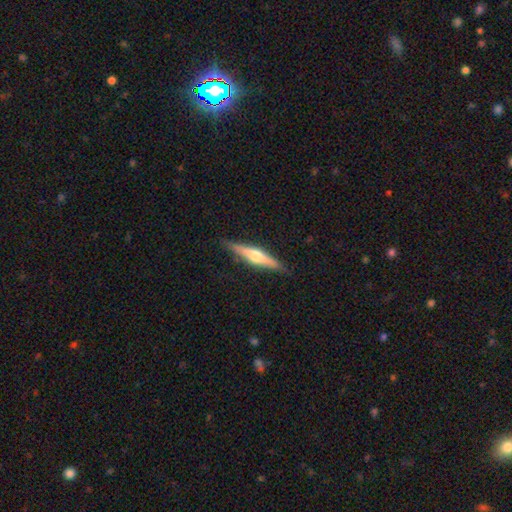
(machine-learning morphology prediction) Smooth or featured: featured or disk — 64% (smooth — 31%)
Edge-on disk: yes — 97% (no — 3%)
Edge-on bulge: rounded — 90% (boxy — 6%)
Merging: none — 88% (minor disturbance — 9%)